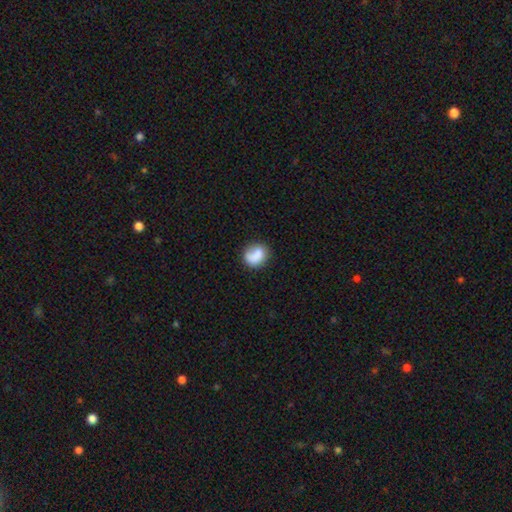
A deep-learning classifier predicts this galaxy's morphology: Overall: smooth (78%). How rounded: round (57%; in between 42%). Merging: none (58%; minor disturbance 23%).